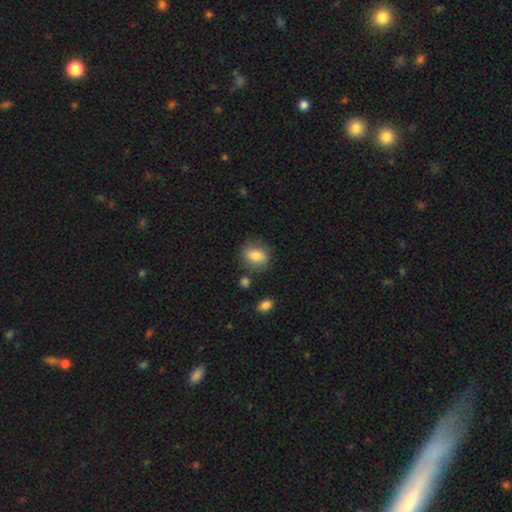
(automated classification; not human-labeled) Morphology: type=smooth (81%); roundness=in between (59%); merging=none (75%).